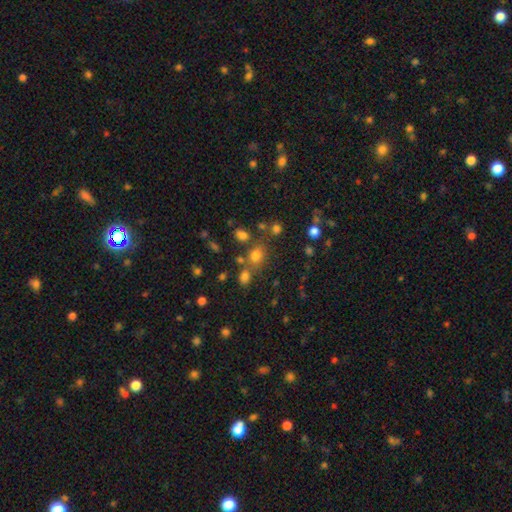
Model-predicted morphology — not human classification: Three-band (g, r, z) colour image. It shows a smooth galaxy with no disk features (65%) that is round (61%). Merging: none (68%).